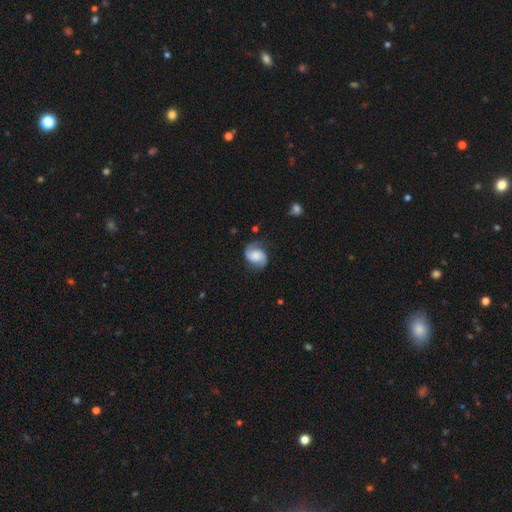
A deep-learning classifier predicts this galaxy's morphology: Smooth or featured? featured or disk (74%)
Edge-on disk? no (98%)
Bar? no (57%)
Spiral arms? yes (95%)
Spiral winding? medium (46%)
Spiral arm count? 2 (91%)
Bulge size? large (31%)
Merging? none (73%)